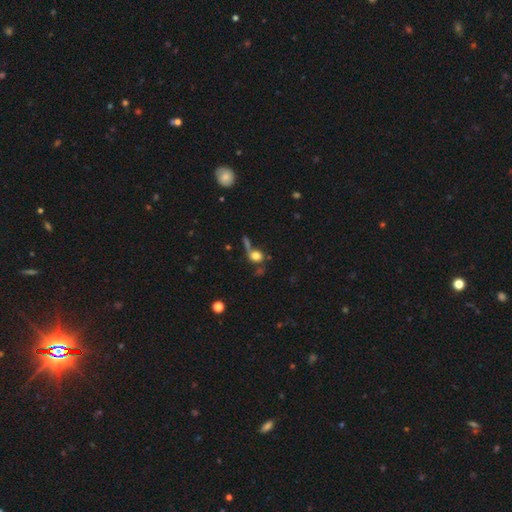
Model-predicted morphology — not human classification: This appears to be a smooth galaxy with no disk features (70%) that is round (72%). Merging: none (41%).